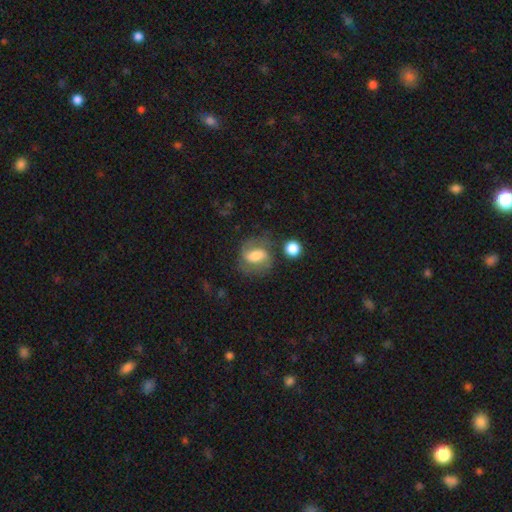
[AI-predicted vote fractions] Smooth or featured?
  - featured or disk: 50% *
  - smooth: 41%
  - star or artifact: 9%
Merging?
  - none: 58% *
  - minor disturbance: 21%
  - major disturbance: 15%
  - merger: 7%